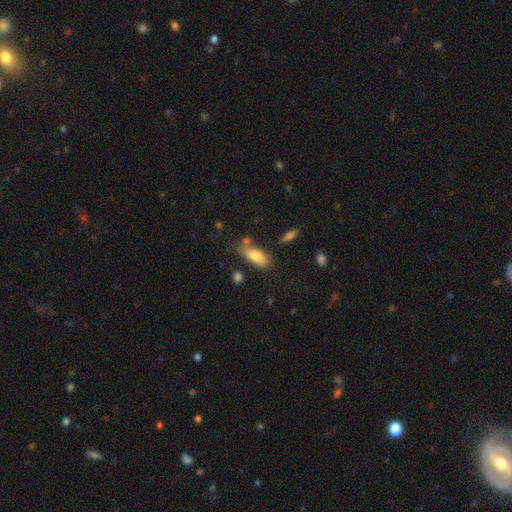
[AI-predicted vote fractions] smooth-or-featured: smooth: 80% | featured or disk: 13% | star or artifact: 7%
  how-rounded: in between: 76% | cigar-shaped: 22% | round: 2%
  merging: none: 65% | minor disturbance: 20% | merger: 9% | major disturbance: 6%